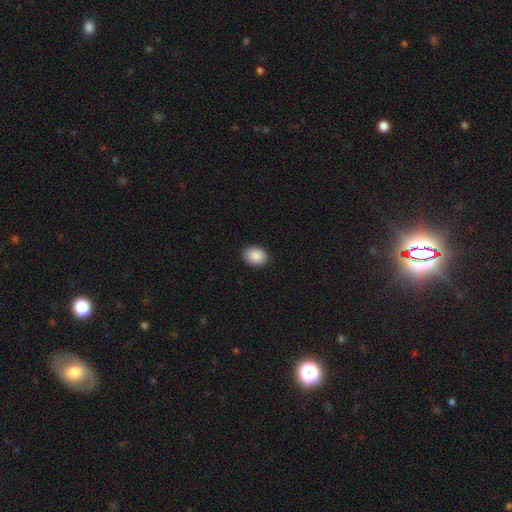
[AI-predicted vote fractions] Smooth or featured? smooth (90%)
How rounded? in between (69%)
Merging? none (90%)